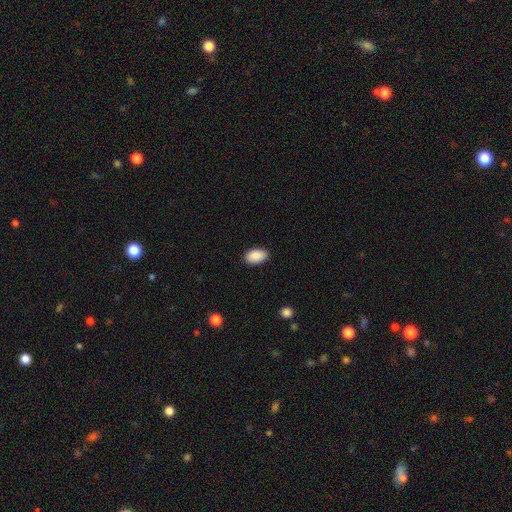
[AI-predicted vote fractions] Morphology: type=smooth (90%); roundness=in between (93%); merging=none (87%).